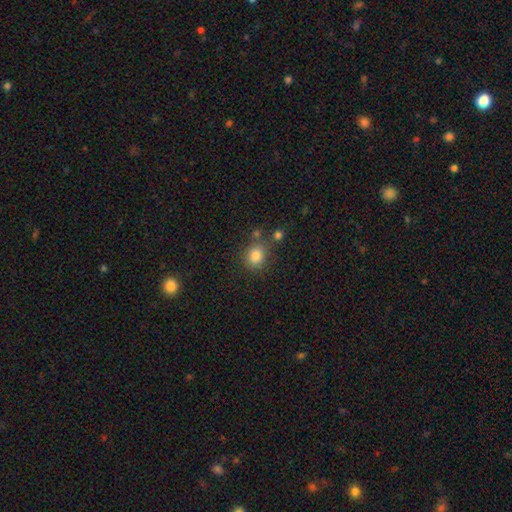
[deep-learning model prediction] smooth-or-featured: smooth: 82% | star or artifact: 12% | featured or disk: 6%
  how-rounded: round: 74% | in between: 25% | cigar-shaped: 1%
  merging: none: 73% | minor disturbance: 13% | merger: 10% | major disturbance: 4%